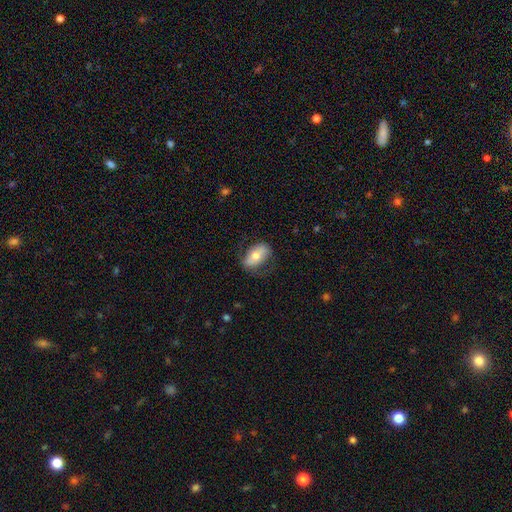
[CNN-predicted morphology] Q: Smooth or featured?
A: smooth (61%); runner-up: featured or disk (33%)
Q: How rounded?
A: in between (90%); runner-up: round (7%)
Q: Merging?
A: none (69%); runner-up: minor disturbance (21%)